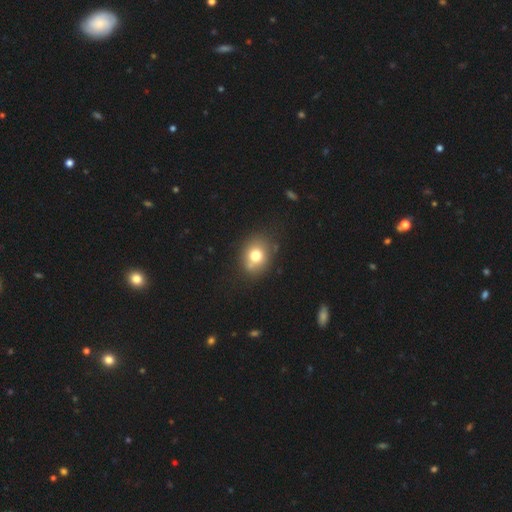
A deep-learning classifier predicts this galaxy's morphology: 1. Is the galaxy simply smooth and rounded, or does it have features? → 73% smooth, 15% featured or disk, 12% star or artifact.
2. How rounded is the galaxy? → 57% round, 42% in between, 1% cigar-shaped.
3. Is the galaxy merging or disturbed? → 73% none, 16% minor disturbance, 6% merger, 5% major disturbance.